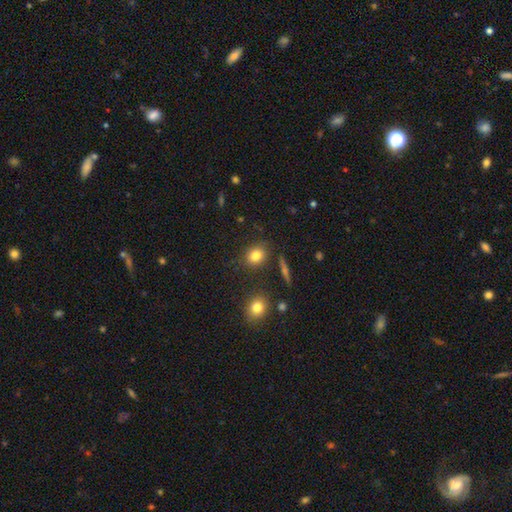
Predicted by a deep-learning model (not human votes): smooth-or-featured: smooth: 81% | star or artifact: 11% | featured or disk: 8%
  how-rounded: round: 60% | in between: 38% | cigar-shaped: 2%
  merging: none: 83% | minor disturbance: 10% | merger: 4% | major disturbance: 3%